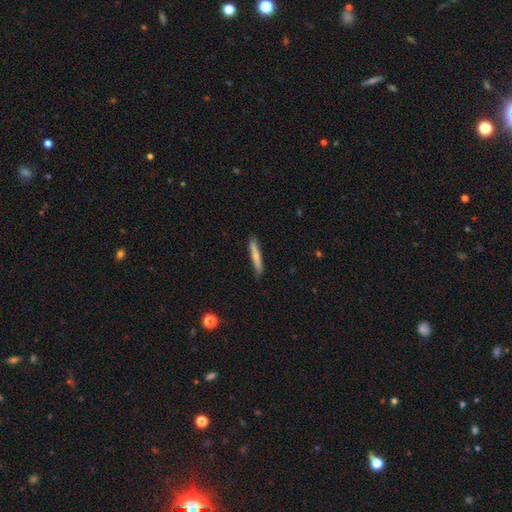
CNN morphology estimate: smooth_or_featured: smooth (p=0.67) [alt: featured or disk p=0.27]
how_rounded: cigar-shaped (p=0.94) [alt: in between p=0.04]
merging: none (p=0.86) [alt: minor disturbance p=0.11]